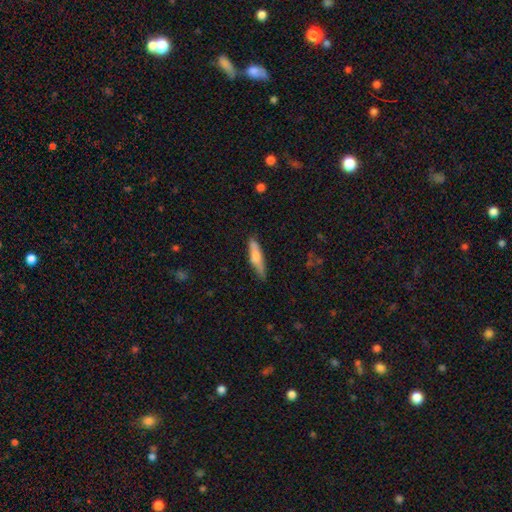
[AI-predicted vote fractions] A smooth galaxy with no disk features (56%) that is cigar-shaped (84%).

Vote fractions:
- Smooth or featured? smooth: 56% / featured or disk: 38% / star or artifact: 6%
- How rounded? cigar-shaped: 84% / in between: 14% / round: 2%
- Merging? none: 80% / minor disturbance: 15% / major disturbance: 3% / merger: 2%